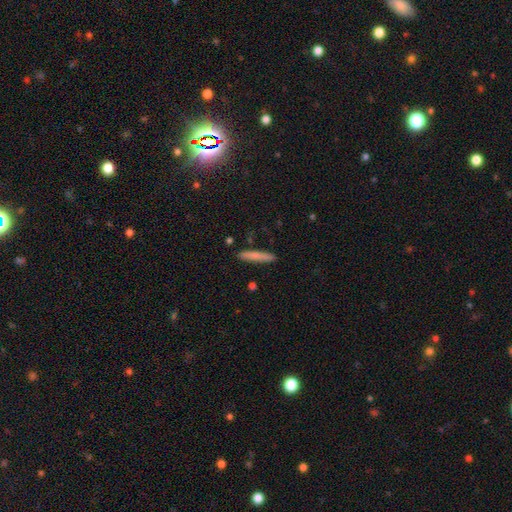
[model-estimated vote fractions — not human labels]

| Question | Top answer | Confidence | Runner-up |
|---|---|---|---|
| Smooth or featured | smooth | 75% | featured or disk (19%) |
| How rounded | cigar-shaped | 94% | in between (4%) |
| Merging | none | 89% | minor disturbance (8%) |